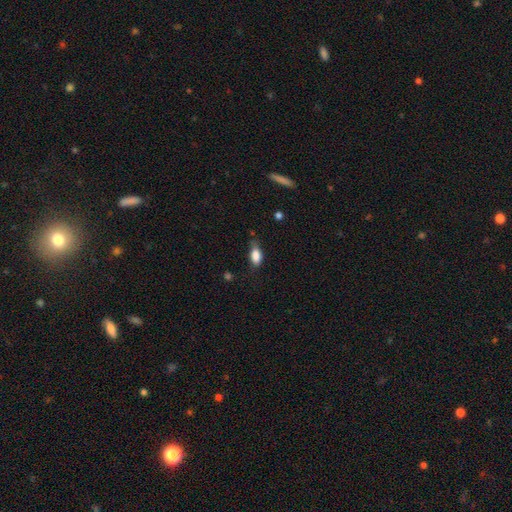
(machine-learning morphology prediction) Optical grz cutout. It shows a smooth galaxy with no disk features (84%) that is in between round and cigar-shaped (86%). Merging: none (50%).